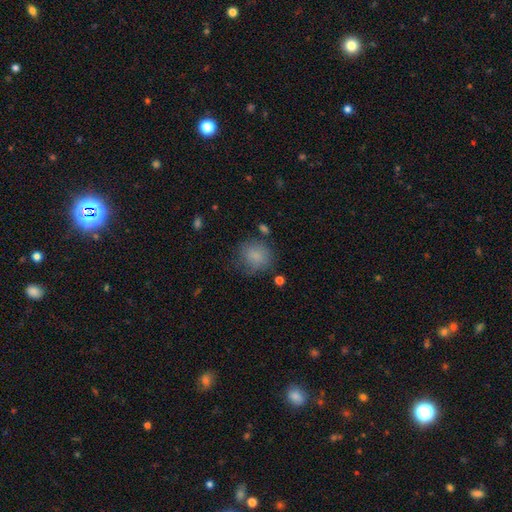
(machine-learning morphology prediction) A smooth galaxy with no disk features (81%) that is round (74%).

Vote fractions:
- Smooth or featured? smooth: 81% / star or artifact: 10% / featured or disk: 9%
- How rounded? round: 74% / in between: 25% / cigar-shaped: 1%
- Merging? none: 63% / minor disturbance: 22% / major disturbance: 11% / merger: 4%